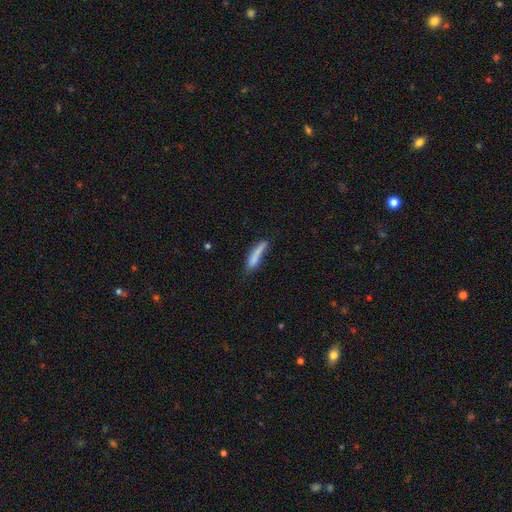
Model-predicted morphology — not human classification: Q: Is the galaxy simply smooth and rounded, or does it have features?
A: smooth — 76%.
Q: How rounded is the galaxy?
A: cigar-shaped — 85%.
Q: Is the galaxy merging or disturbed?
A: none — 58%.